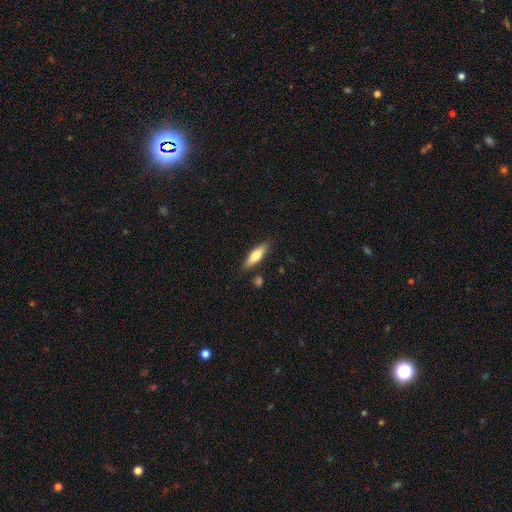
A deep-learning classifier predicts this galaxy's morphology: Smooth or featured: smooth — 69% (featured or disk — 25%)
How rounded: cigar-shaped — 52% (in between — 46%)
Merging: none — 83% (minor disturbance — 11%)